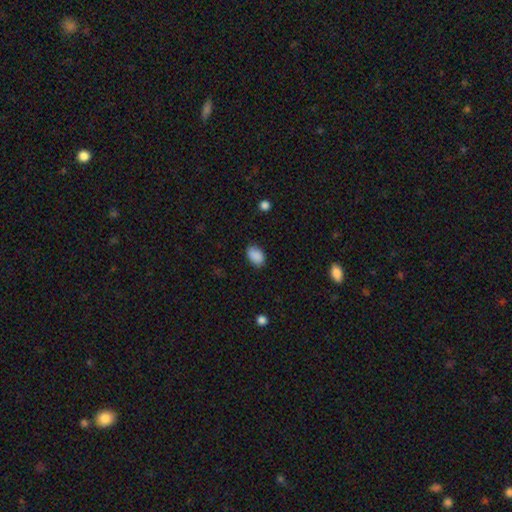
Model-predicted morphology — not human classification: Smooth or featured: smooth — 89% (star or artifact — 7%)
How rounded: in between — 86% (round — 13%)
Merging: none — 84% (minor disturbance — 12%)